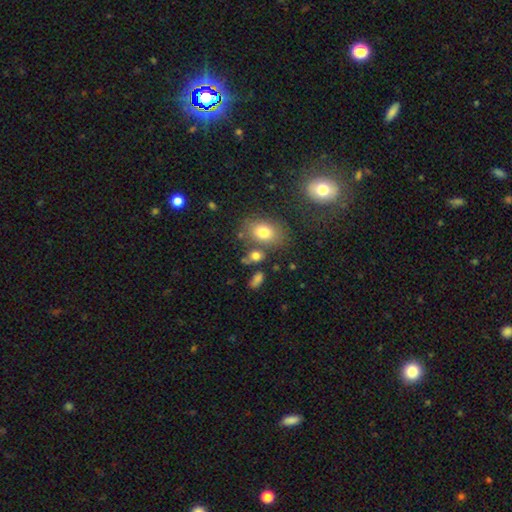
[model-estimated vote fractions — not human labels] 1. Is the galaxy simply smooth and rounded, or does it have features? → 75% smooth, 13% star or artifact, 12% featured or disk.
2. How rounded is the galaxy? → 72% in between, 25% round, 3% cigar-shaped.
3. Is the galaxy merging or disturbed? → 61% none, 18% merger, 15% minor disturbance, 7% major disturbance.